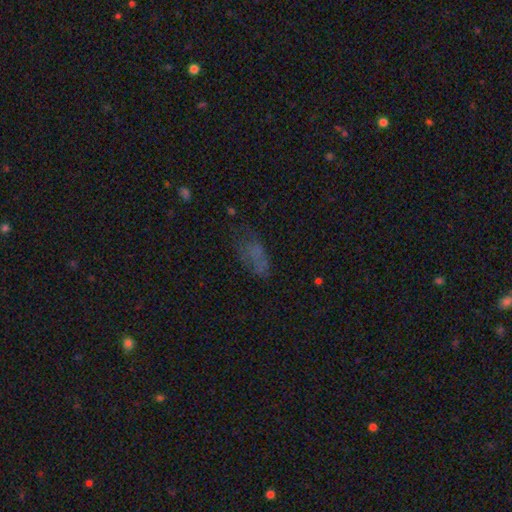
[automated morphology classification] This appears to be a smooth galaxy with no disk features (56%) that is in between round and cigar-shaped (81%). Merging: none (48%).